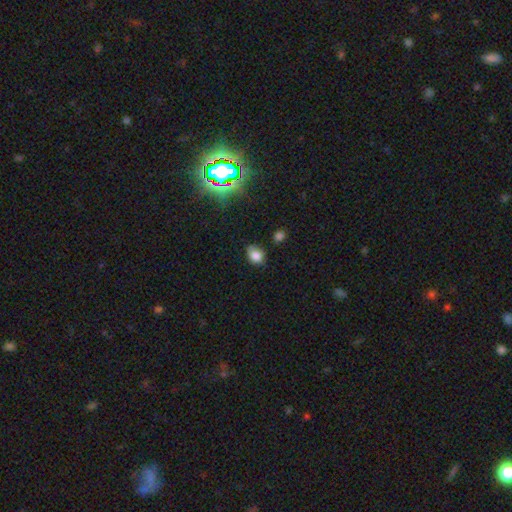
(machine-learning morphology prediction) Smooth or featured?
  - smooth: 79% *
  - star or artifact: 13%
  - featured or disk: 8%
How rounded?
  - in between: 54% *
  - round: 45%
  - cigar-shaped: 1%
Merging?
  - none: 57% *
  - minor disturbance: 32%
  - major disturbance: 7%
  - merger: 4%